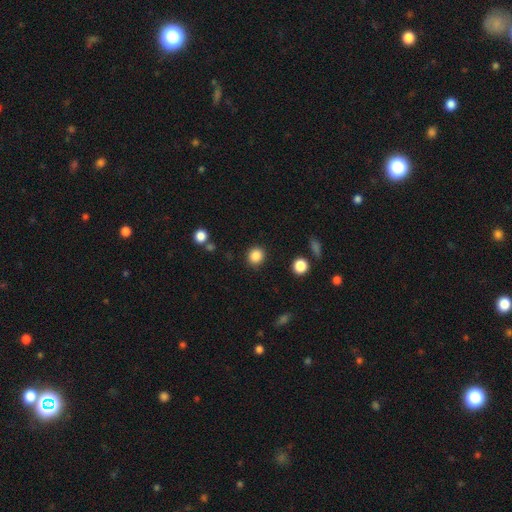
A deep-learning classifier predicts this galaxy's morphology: Smooth or featured?
  - smooth: 87% *
  - star or artifact: 10%
  - featured or disk: 3%
How rounded?
  - round: 88% *
  - in between: 11%
  - cigar-shaped: 1%
Merging?
  - none: 90% *
  - minor disturbance: 6%
  - major disturbance: 2%
  - merger: 2%